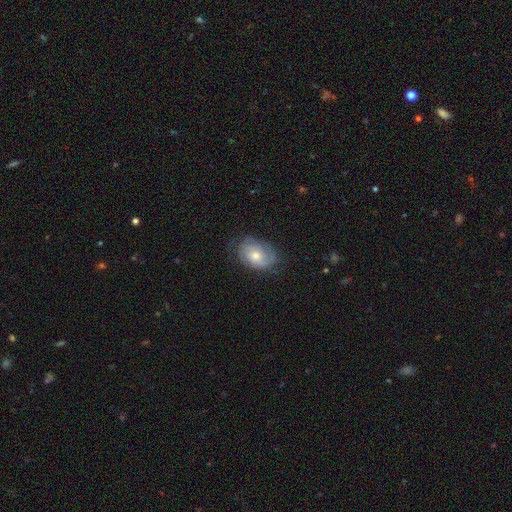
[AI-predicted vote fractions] smooth_or_featured: featured or disk (p=0.59) [alt: smooth p=0.34]
disk_edge_on: no (p=0.96) [alt: yes p=0.04]
bar: no (p=0.77) [alt: weak p=0.20]
has_spiral_arms: yes (p=0.84) [alt: no p=0.16]
bulge_size: moderate (p=0.53) [alt: small p=0.41]
merging: none (p=0.65) [alt: minor disturbance p=0.24]